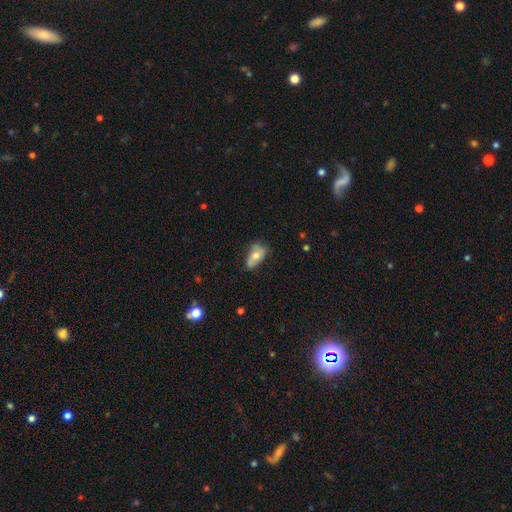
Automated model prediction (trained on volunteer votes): This is possibly a smooth galaxy (60%). How rounded: clearly in between (89%). Merging: possibly none (49%).